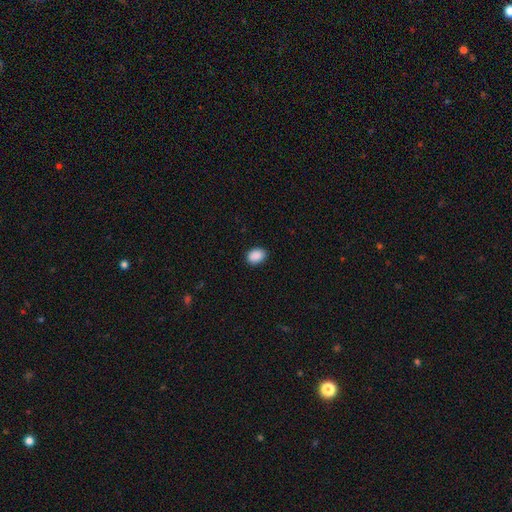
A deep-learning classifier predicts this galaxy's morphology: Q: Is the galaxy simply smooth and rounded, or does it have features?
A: smooth — 90%.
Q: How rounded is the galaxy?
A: in between — 73%.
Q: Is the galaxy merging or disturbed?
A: none — 88%.